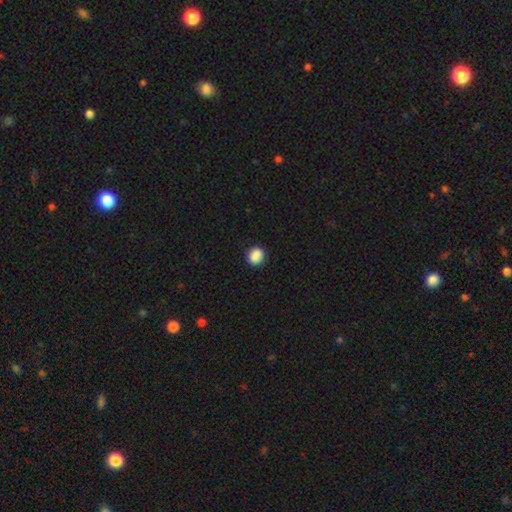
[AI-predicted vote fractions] Overall: smooth (88%). How rounded: round (77%). Merging: none (88%).